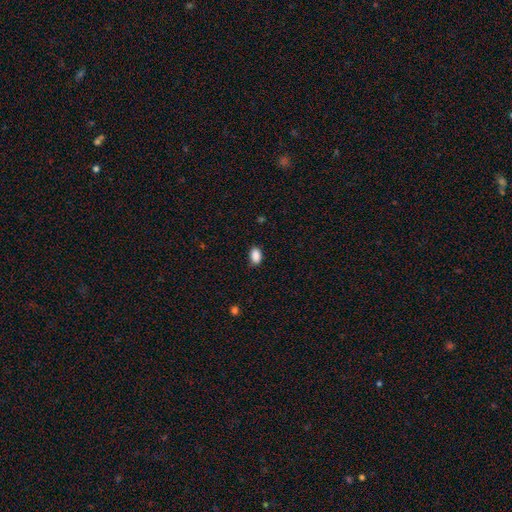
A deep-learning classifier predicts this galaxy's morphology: The model was most divided on "merging": none: 82%, minor disturbance: 15%, major disturbance: 3%, merger: 1%. More confident: smooth or featured — smooth (89%); how rounded — in between (88%).